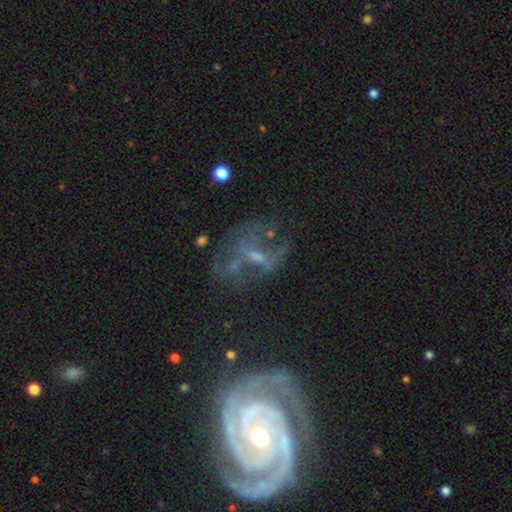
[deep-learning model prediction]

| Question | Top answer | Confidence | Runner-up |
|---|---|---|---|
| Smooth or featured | featured or disk | 58% | star or artifact (23%) |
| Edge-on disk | no | 95% | yes (5%) |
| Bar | no | 54% | weak (34%) |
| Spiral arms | no | 61% | yes (39%) |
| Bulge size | small | 45% | none (27%) |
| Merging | none | 37% | major disturbance (36%) |